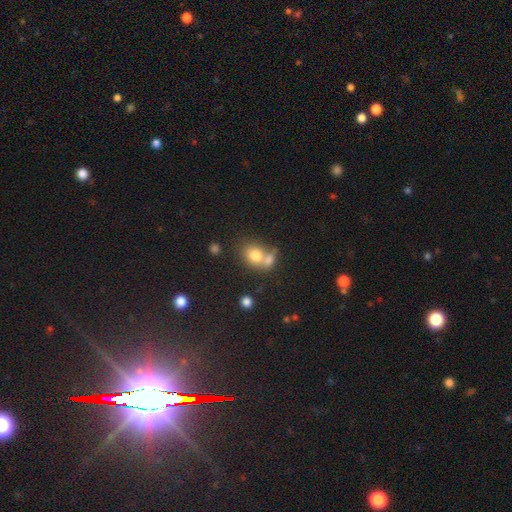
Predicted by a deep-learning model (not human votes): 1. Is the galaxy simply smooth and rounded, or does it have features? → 77% smooth, 12% featured or disk, 11% star or artifact.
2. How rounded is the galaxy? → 54% round, 45% in between, 1% cigar-shaped.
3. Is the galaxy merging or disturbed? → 50% merger, 35% none, 10% minor disturbance, 5% major disturbance.